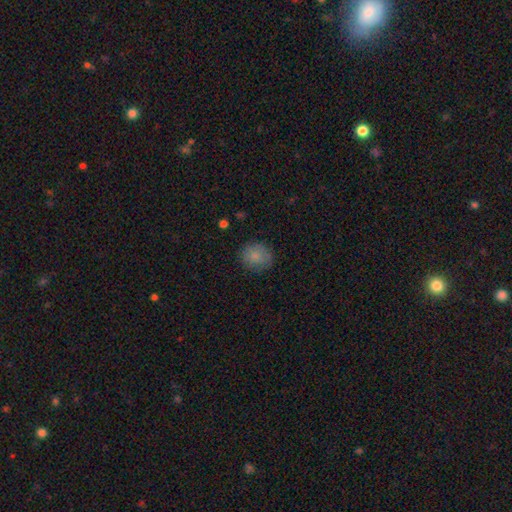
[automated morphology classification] This is clearly a smooth galaxy (83%). How rounded: likely round (80%). Merging: clearly none (81%).